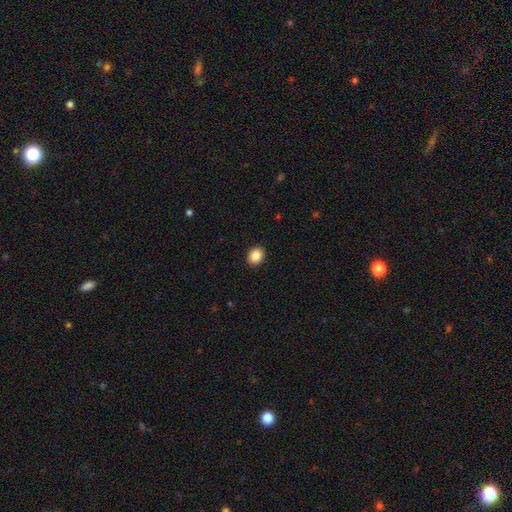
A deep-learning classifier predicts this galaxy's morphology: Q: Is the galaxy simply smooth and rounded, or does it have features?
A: smooth — 86%.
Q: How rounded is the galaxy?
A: round — 54%.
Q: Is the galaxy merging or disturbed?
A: none — 92%.